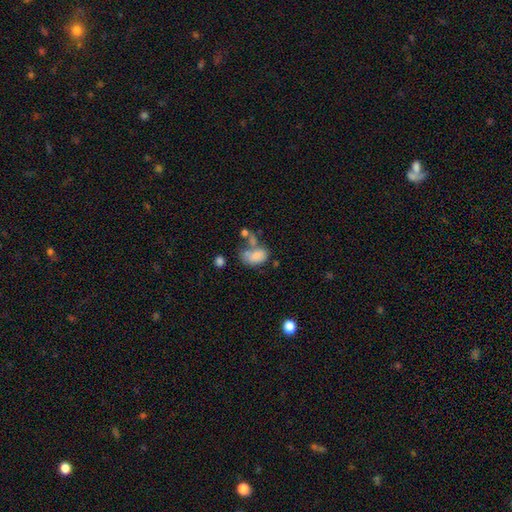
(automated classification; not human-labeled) smooth 75%, featured or disk 15%, star or artifact 10%. Down the decision tree: how rounded — in between (87%); merging — merger (34%).